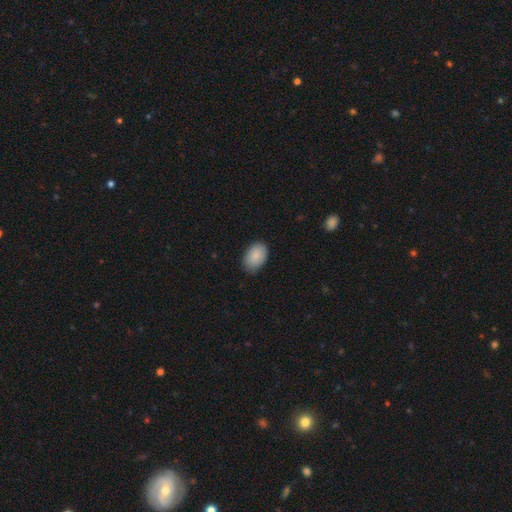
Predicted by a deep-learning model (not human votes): The model was most divided on "merging": none: 83%, minor disturbance: 14%, major disturbance: 2%, merger: 1%. More confident: how rounded — in between (89%); smooth or featured — smooth (89%).